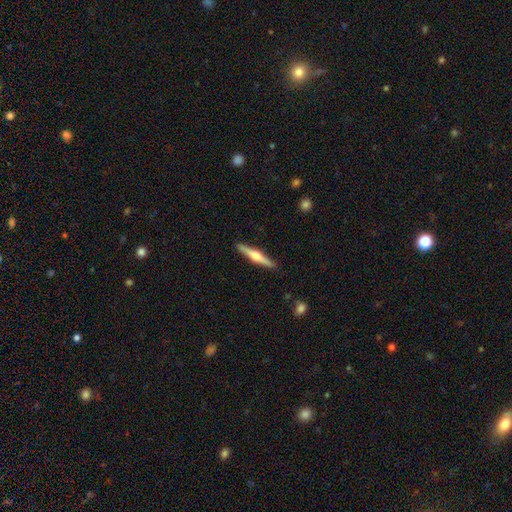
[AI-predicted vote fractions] smooth-or-featured: featured or disk: 63% | smooth: 32% | star or artifact: 5%
  disk-edge-on: yes: 98% | no: 2%
    edge-on-bulge: rounded: 83% | boxy: 11% | none: 6%
  merging: none: 91% | minor disturbance: 7% | major disturbance: 1% | merger: 1%